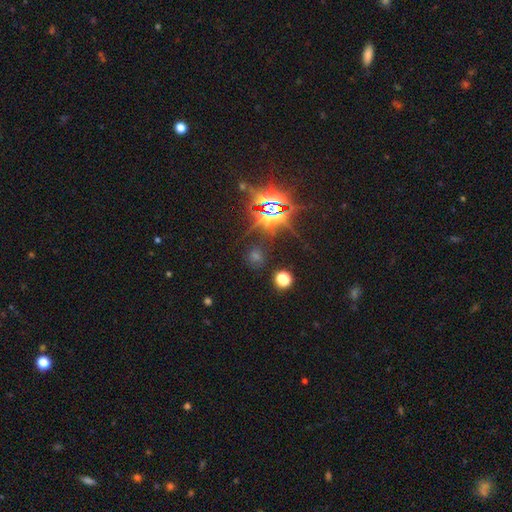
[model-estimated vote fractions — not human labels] smooth-or-featured: star or artifact: 72% | smooth: 19% | featured or disk: 9%